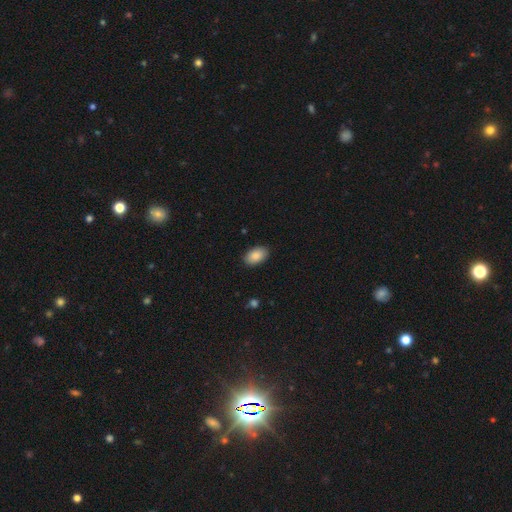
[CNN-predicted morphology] Q: Smooth or featured?
A: smooth (89%); runner-up: star or artifact (6%)
Q: How rounded?
A: in between (93%); runner-up: round (6%)
Q: Merging?
A: none (88%); runner-up: minor disturbance (9%)